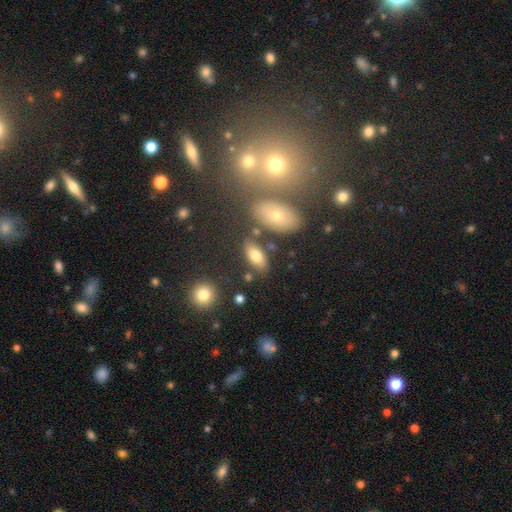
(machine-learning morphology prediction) Smooth or featured: smooth — 77% (featured or disk — 14%)
How rounded: in between — 90% (cigar-shaped — 5%)
Merging: none — 76% (minor disturbance — 12%)